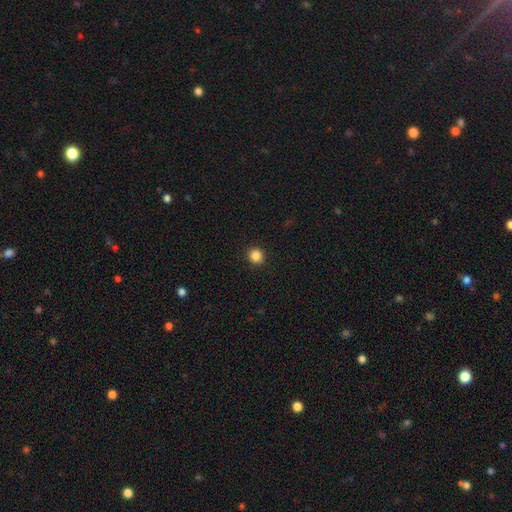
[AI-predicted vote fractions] Smooth or featured?
  - smooth: 86% *
  - star or artifact: 11%
  - featured or disk: 3%
How rounded?
  - round: 91% *
  - in between: 8%
  - cigar-shaped: 1%
Merging?
  - none: 93% *
  - minor disturbance: 5%
  - major disturbance: 2%
  - merger: 1%